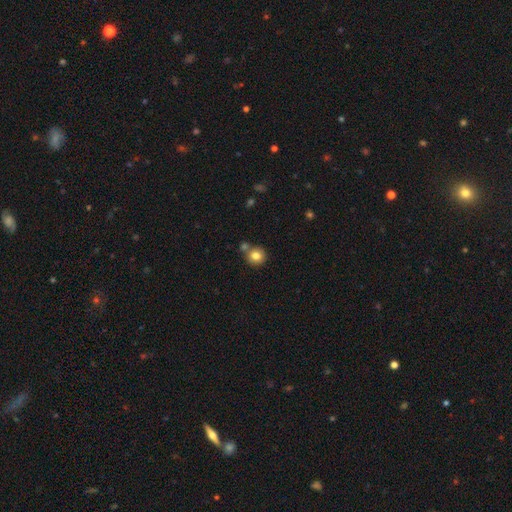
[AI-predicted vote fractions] Morphology: type=smooth (81%); roundness=round (89%); merging=none (68%).